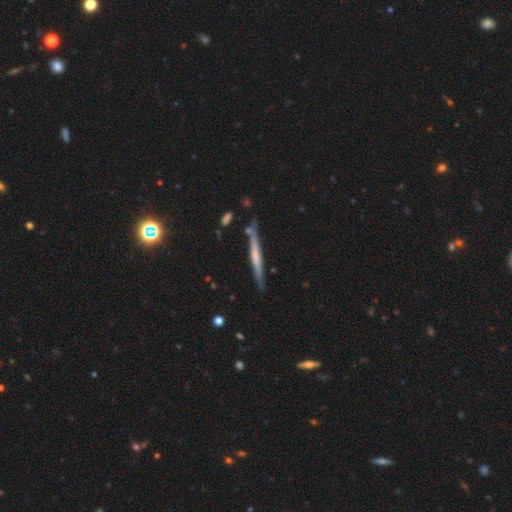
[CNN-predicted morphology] Smooth or featured? featured or disk (52%)
Edge-on disk? yes (95%)
Merging? none (81%)